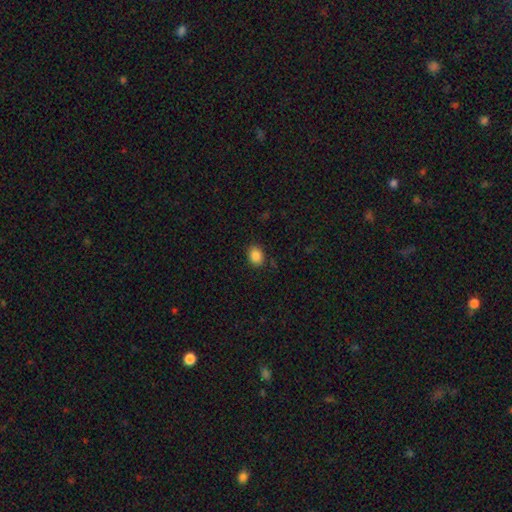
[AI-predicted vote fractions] A smooth galaxy with no disk features (87%) that is in between round and cigar-shaped (59%). Merging: none (86%).